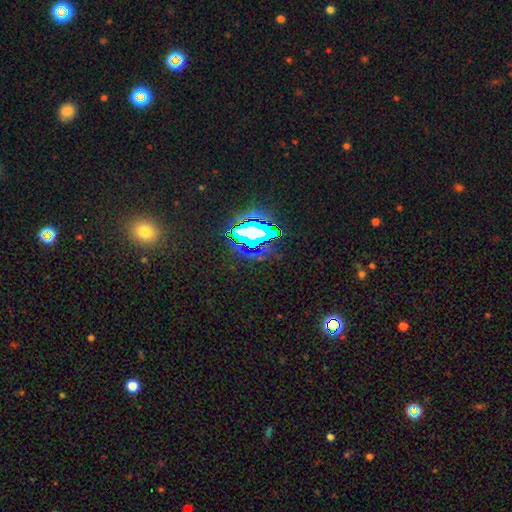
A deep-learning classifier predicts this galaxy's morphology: Q: Smooth or featured?
A: star or artifact (78%); runner-up: smooth (12%)